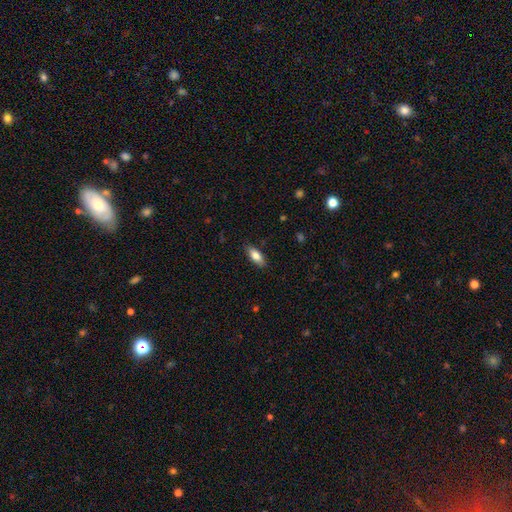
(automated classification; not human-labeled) Q: Smooth or featured?
A: smooth (81%); runner-up: featured or disk (12%)
Q: How rounded?
A: in between (81%); runner-up: cigar-shaped (17%)
Q: Merging?
A: none (87%); runner-up: minor disturbance (10%)